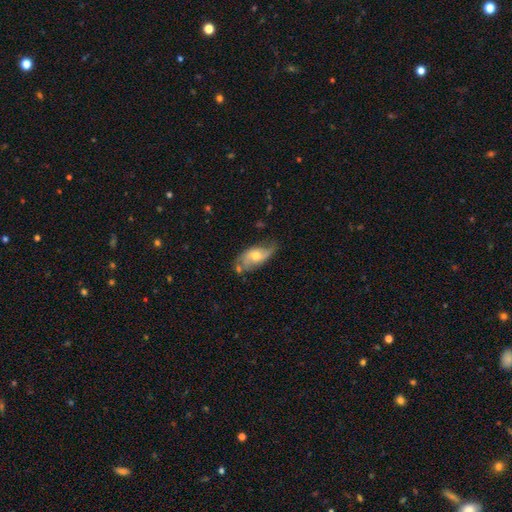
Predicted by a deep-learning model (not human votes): A featured or disk galaxy (53%). Merging: none (54%).